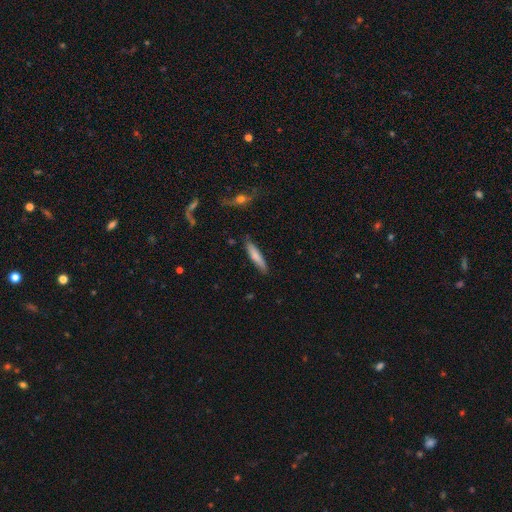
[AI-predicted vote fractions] smooth_or_featured: smooth (p=0.77) [alt: featured or disk p=0.18]
how_rounded: cigar-shaped (p=0.88) [alt: in between p=0.11]
merging: none (p=0.86) [alt: minor disturbance p=0.11]